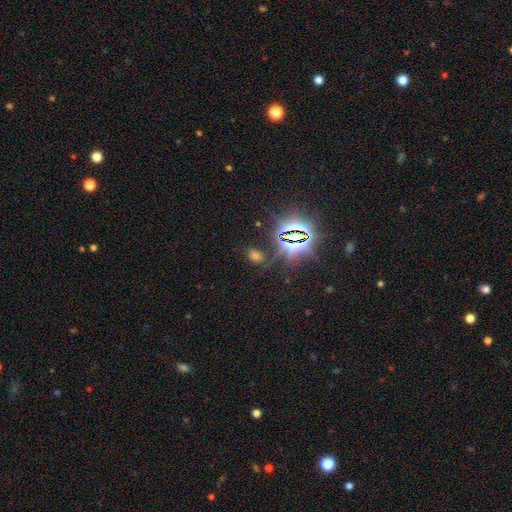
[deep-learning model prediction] Smooth or featured? star or artifact (58%)